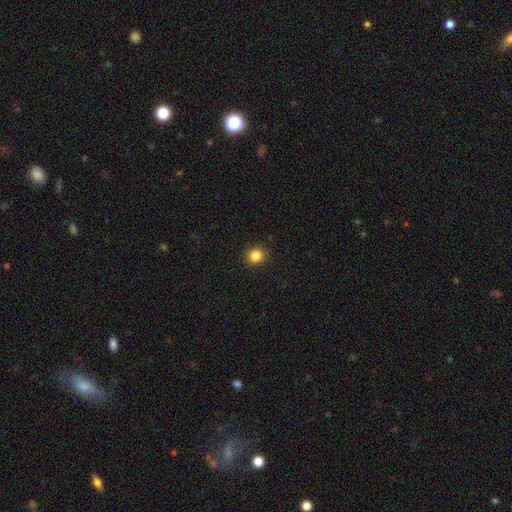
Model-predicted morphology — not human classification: Q: Smooth or featured?
A: smooth (84%); runner-up: star or artifact (11%)
Q: How rounded?
A: round (84%); runner-up: in between (15%)
Q: Merging?
A: none (92%); runner-up: minor disturbance (5%)